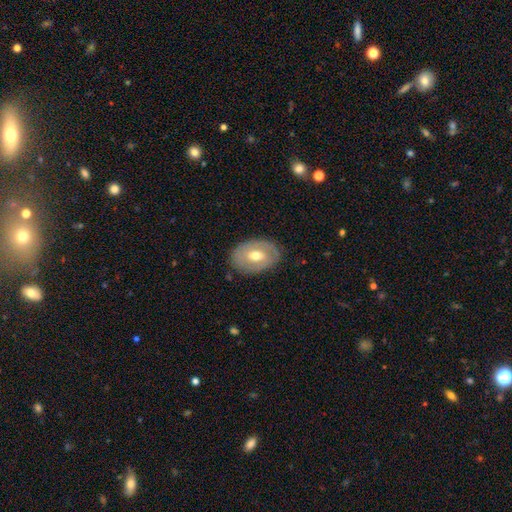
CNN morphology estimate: smooth-or-featured: featured or disk: 47% (tied) | smooth: 47% (tied) | star or artifact: 6%
  merging: none: 82% | minor disturbance: 13% | major disturbance: 4% | merger: 1%